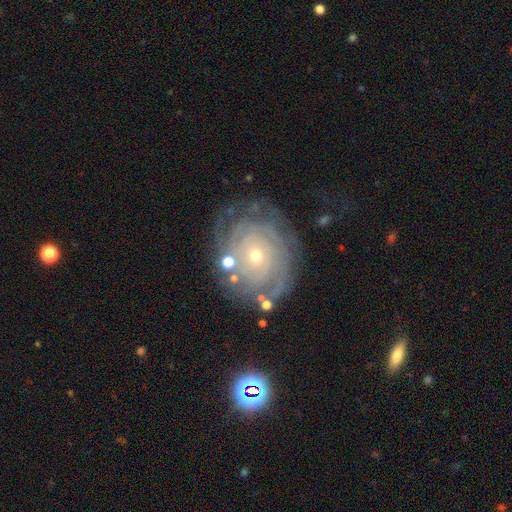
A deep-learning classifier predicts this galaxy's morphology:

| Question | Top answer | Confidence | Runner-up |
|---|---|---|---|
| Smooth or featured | featured or disk | 85% | smooth (8%) |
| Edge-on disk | no | 97% | yes (3%) |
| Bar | no | 81% | weak (15%) |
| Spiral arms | yes | 96% | no (4%) |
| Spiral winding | tight | 83% | medium (14%) |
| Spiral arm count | can't tell | 35% | 4 (18%) |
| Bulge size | small | 67% | moderate (30%) |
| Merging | none | 72% | minor disturbance (17%) |